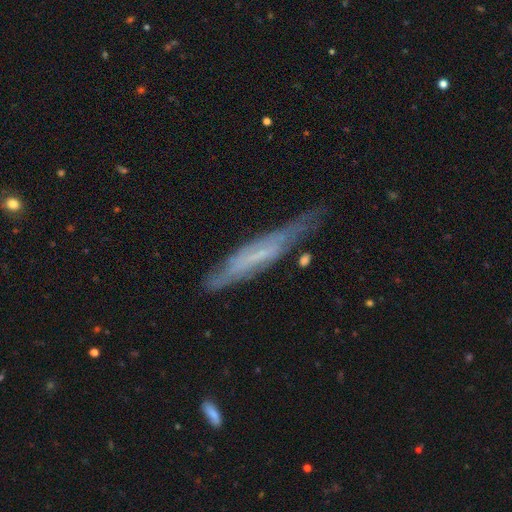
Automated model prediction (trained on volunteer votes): featured or disk 64%, smooth 28%, star or artifact 8%. Down the decision tree: edge-on disk — yes (71%); merging — none (64%).